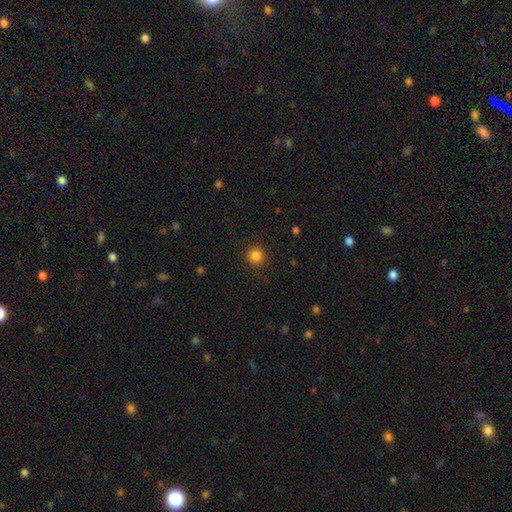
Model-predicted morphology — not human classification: Smooth or featured?
  - smooth: 84% *
  - star or artifact: 12%
  - featured or disk: 4%
How rounded?
  - round: 94% *
  - in between: 5%
  - cigar-shaped: 1%
Merging?
  - none: 91% *
  - minor disturbance: 6%
  - major disturbance: 2%
  - merger: 1%